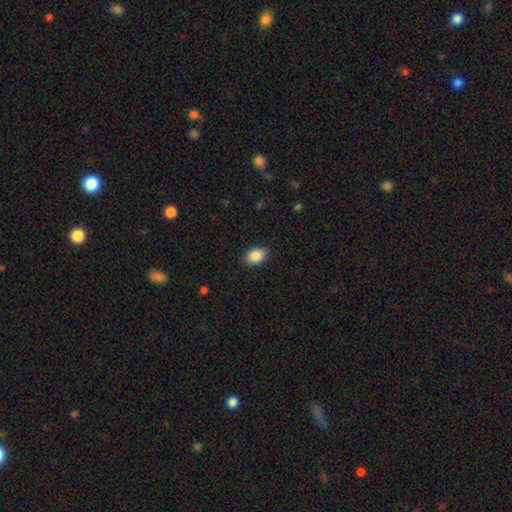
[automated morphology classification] type=smooth (88%); roundness=in between (83%); merging=none (88%).